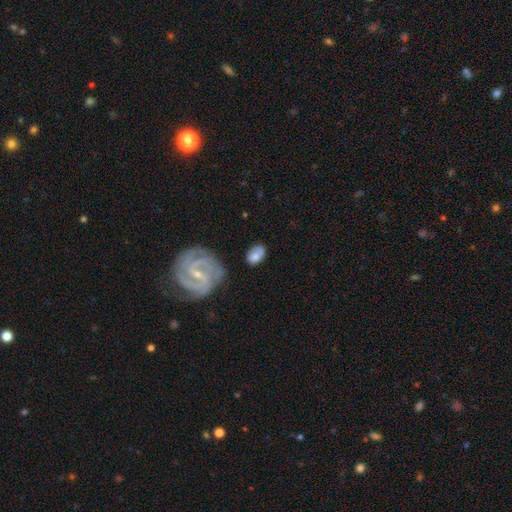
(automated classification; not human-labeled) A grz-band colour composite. It shows a smooth galaxy with no disk features (59%) that is in between round and cigar-shaped (81%). Merging: none (58%).